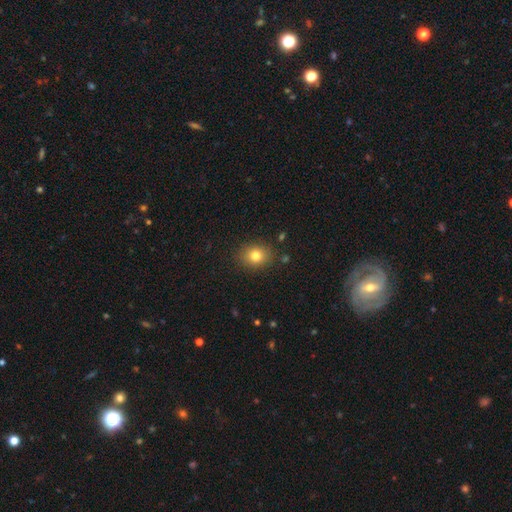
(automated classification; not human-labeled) The model was most divided on "how rounded": round: 61%, in between: 38%, cigar-shaped: 1%. More confident: merging — none (87%); smooth or featured — smooth (80%).